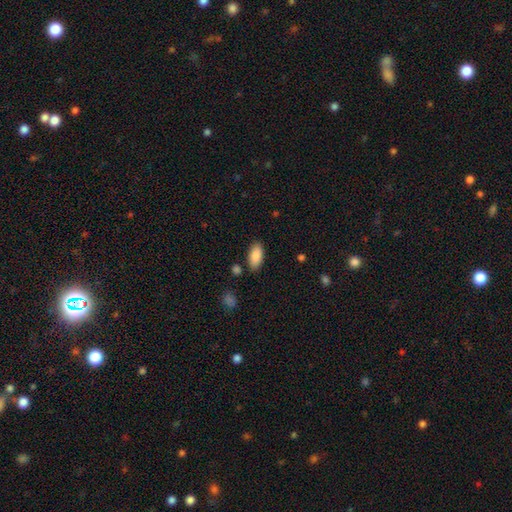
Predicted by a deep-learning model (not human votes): A smooth galaxy with no disk features (89%) that is in between round and cigar-shaped (90%). Merging: none (84%).